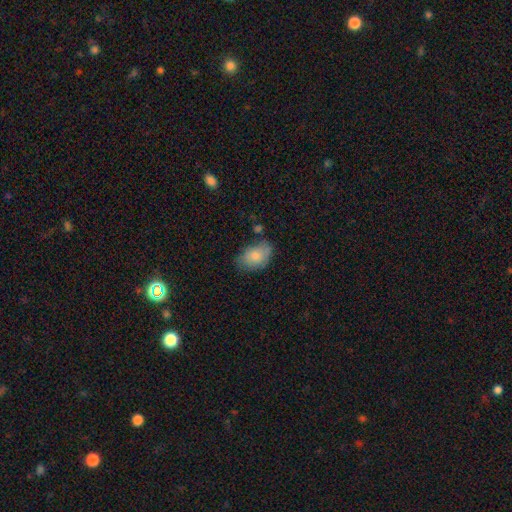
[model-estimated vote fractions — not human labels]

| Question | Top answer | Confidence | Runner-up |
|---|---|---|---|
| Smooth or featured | smooth | 80% | featured or disk (13%) |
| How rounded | in between | 86% | round (12%) |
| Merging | none | 57% | minor disturbance (29%) |